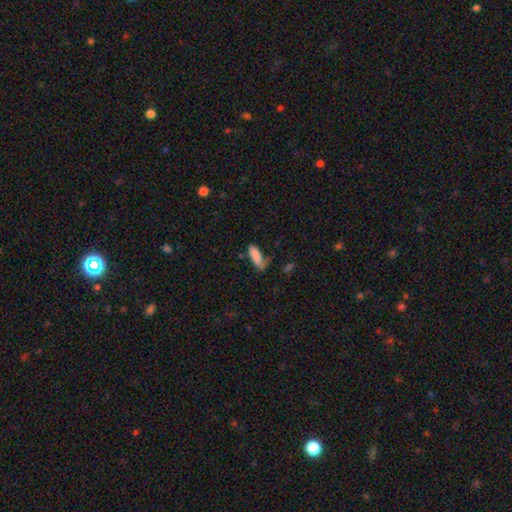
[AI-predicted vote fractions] Overall: smooth (84%). How rounded: in between (52%; cigar-shaped 46%). Merging: none (54%; minor disturbance 27%).